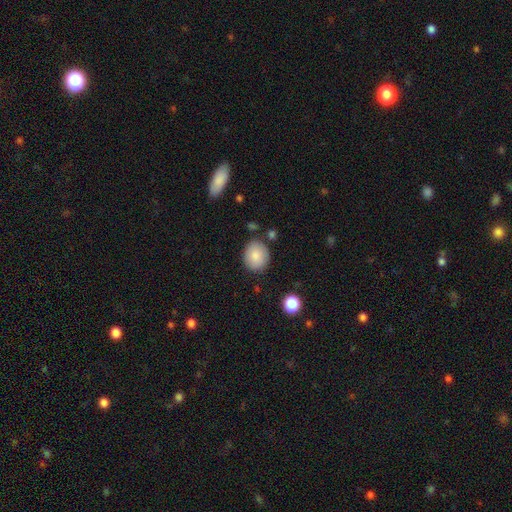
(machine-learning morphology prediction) Smooth or featured: smooth — 85% (featured or disk — 8%)
How rounded: round — 63% (in between — 36%)
Merging: none — 82% (minor disturbance — 12%)